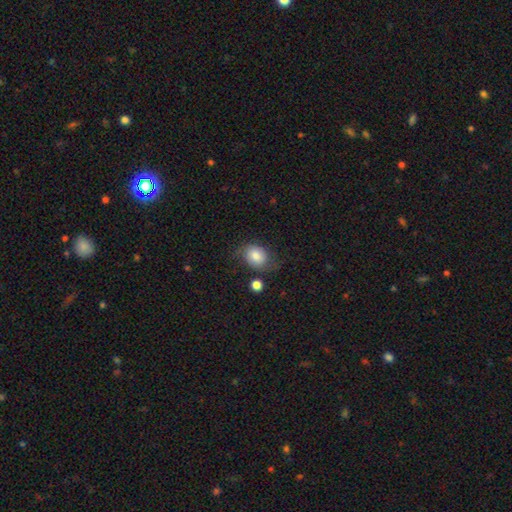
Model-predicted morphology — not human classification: Smooth or featured?
  - smooth: 76% *
  - featured or disk: 15%
  - star or artifact: 9%
How rounded?
  - round: 51% *
  - in between: 48%
  - cigar-shaped: 1%
Merging?
  - none: 60% *
  - minor disturbance: 24%
  - major disturbance: 10%
  - merger: 5%